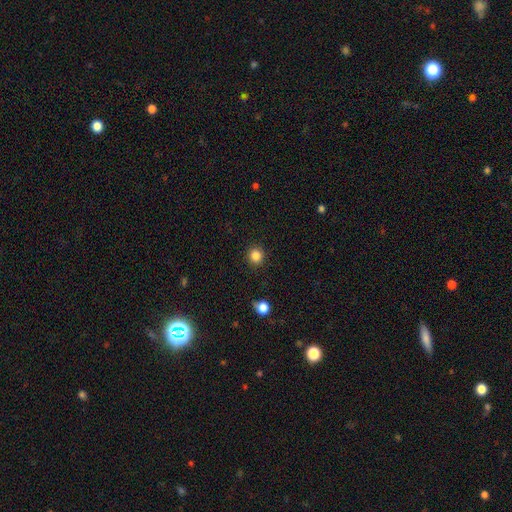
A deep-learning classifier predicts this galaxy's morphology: Smooth or featured? Predicted: smooth (p=0.85). How rounded? Predicted: round (p=0.91). Merging? Predicted: none (p=0.91).